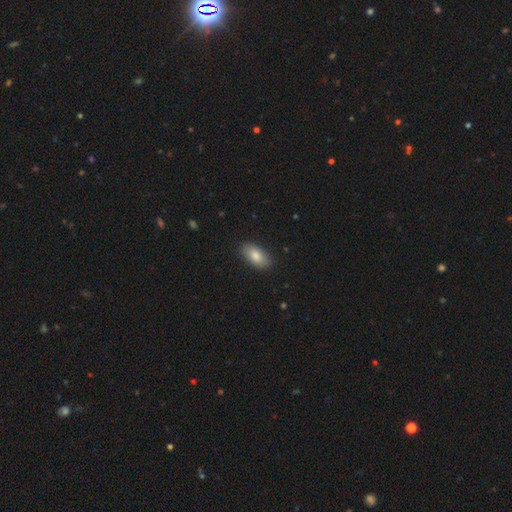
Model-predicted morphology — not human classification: type=smooth (84%); roundness=in between (92%); merging=none (87%).